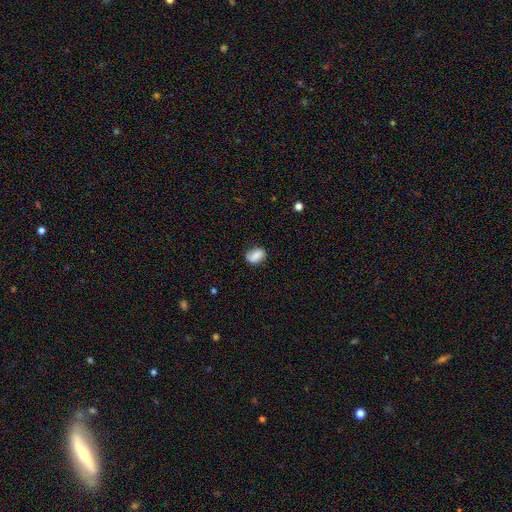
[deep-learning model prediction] Overall: smooth (72%). How rounded: in between (76%). Merging: none (69%).